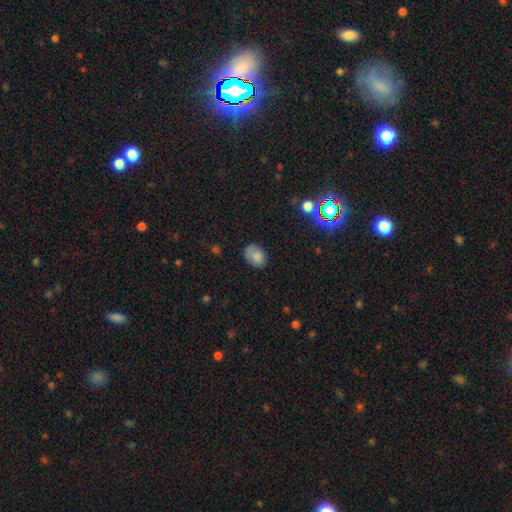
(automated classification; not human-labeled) Smooth or featured? Predicted: smooth (p=0.79). How rounded? Predicted: in between (p=0.69). Merging? Predicted: none (p=0.68).